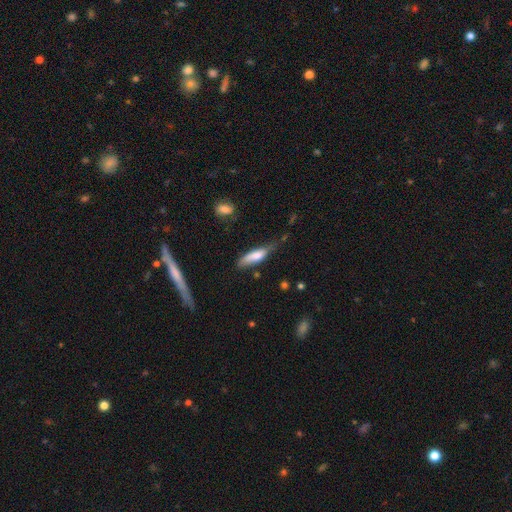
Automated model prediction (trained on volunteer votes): Smooth or featured?
  - smooth: 69% *
  - featured or disk: 24%
  - star or artifact: 7%
How rounded?
  - cigar-shaped: 59% *
  - in between: 39%
  - round: 2%
Merging?
  - none: 47% *
  - minor disturbance: 36%
  - major disturbance: 12%
  - merger: 5%